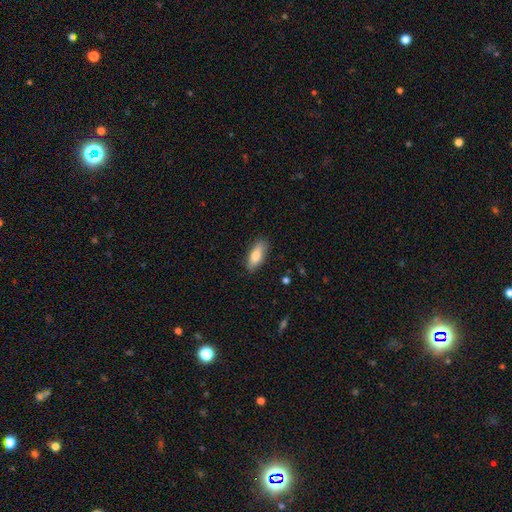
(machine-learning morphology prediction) Q: Smooth or featured?
A: smooth (80%); runner-up: featured or disk (14%)
Q: How rounded?
A: in between (73%); runner-up: cigar-shaped (25%)
Q: Merging?
A: none (84%); runner-up: minor disturbance (13%)